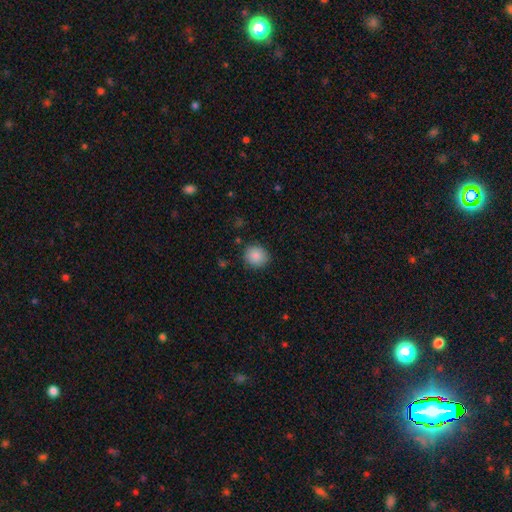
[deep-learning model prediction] Q: Smooth or featured?
A: smooth (86%); runner-up: star or artifact (9%)
Q: How rounded?
A: round (87%); runner-up: in between (12%)
Q: Merging?
A: none (87%); runner-up: minor disturbance (9%)